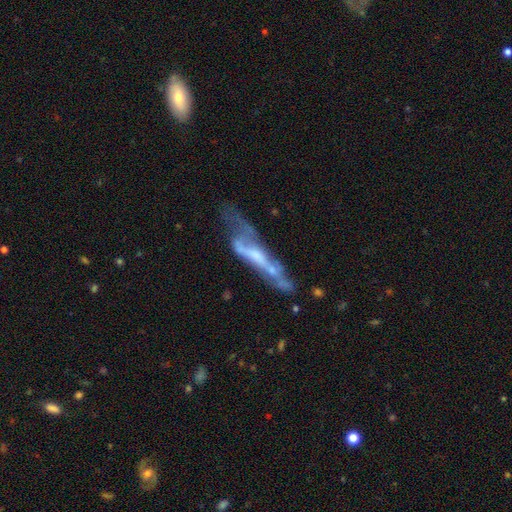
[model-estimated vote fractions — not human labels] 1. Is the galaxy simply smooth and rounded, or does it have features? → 65% featured or disk, 25% smooth, 9% star or artifact.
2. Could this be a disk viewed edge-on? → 56% no, 44% yes.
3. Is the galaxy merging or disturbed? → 36% major disturbance, 27% none, 20% minor disturbance, 17% merger.